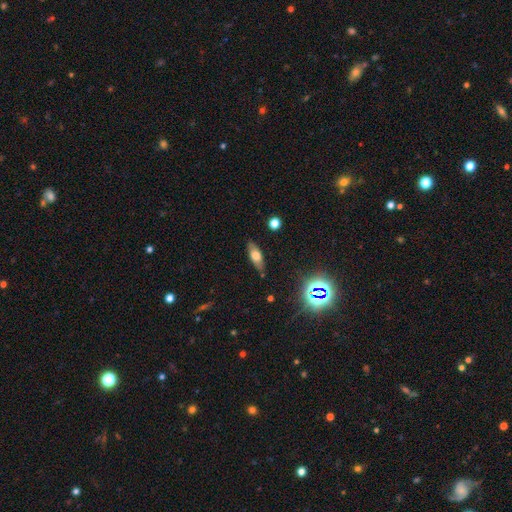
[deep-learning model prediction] This appears to be a smooth galaxy with no disk features (60%) that is in between round and cigar-shaped (71%). Merging: none (81%).